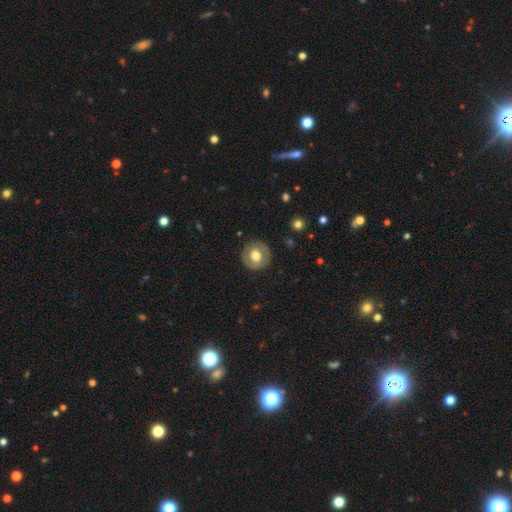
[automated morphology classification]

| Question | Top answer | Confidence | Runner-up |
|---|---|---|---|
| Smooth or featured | smooth | 57% | featured or disk (36%) |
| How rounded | round | 91% | in between (8%) |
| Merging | none | 86% | minor disturbance (10%) |